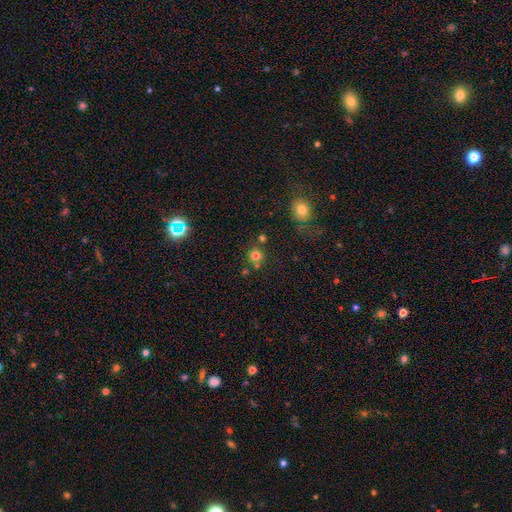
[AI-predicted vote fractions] Q: Smooth or featured?
A: smooth (76%); runner-up: star or artifact (17%)
Q: How rounded?
A: round (92%); runner-up: in between (8%)
Q: Merging?
A: none (71%); runner-up: merger (17%)